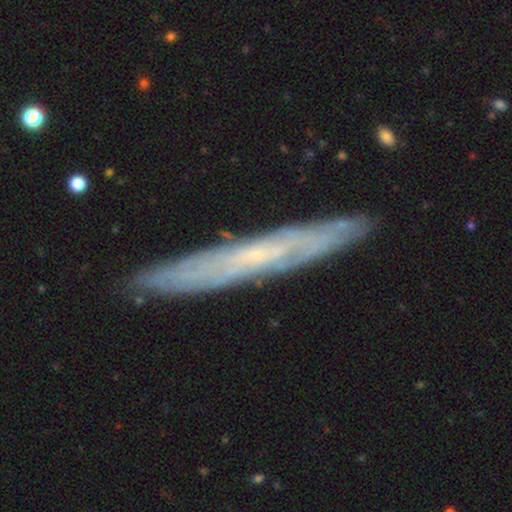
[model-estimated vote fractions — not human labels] Morphology: type=featured or disk (70%); edge-on=yes (74%); edge-on bulge=none (68%); merging=none (88%).